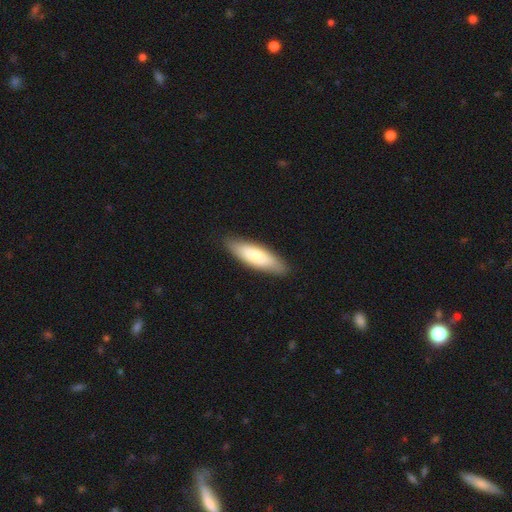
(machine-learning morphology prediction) This is likely a smooth galaxy (76%). How rounded: possibly cigar-shaped (52%). Merging: clearly none (87%).